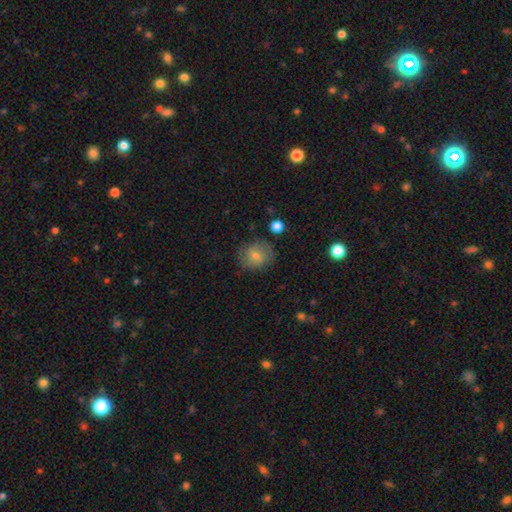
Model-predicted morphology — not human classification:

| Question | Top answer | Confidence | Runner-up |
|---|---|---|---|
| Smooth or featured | smooth | 61% | featured or disk (27%) |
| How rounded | round | 69% | in between (30%) |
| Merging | none | 78% | minor disturbance (15%) |